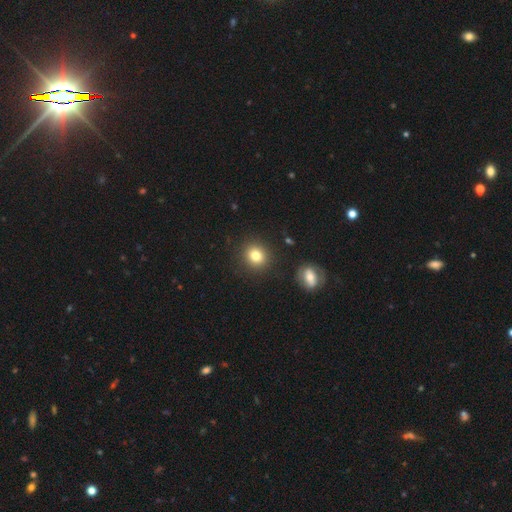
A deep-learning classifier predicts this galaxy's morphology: Smooth or featured?
  - smooth: 81% *
  - star or artifact: 11%
  - featured or disk: 8%
How rounded?
  - round: 81% *
  - in between: 18%
  - cigar-shaped: 1%
Merging?
  - none: 88% *
  - minor disturbance: 7%
  - merger: 3%
  - major disturbance: 2%